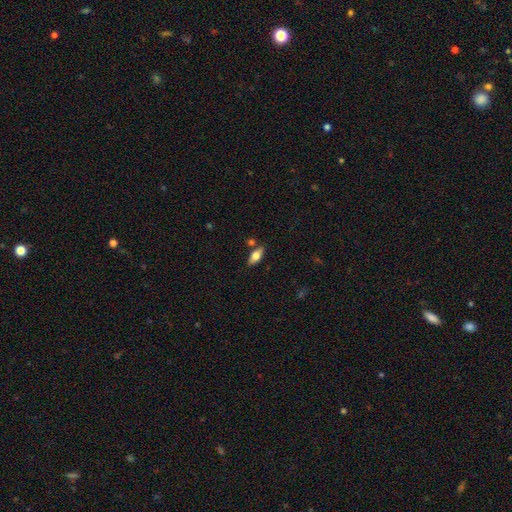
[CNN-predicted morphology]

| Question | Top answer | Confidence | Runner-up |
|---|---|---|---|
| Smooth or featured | smooth | 65% | featured or disk (28%) |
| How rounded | in between | 82% | cigar-shaped (14%) |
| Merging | none | 77% | minor disturbance (12%) |